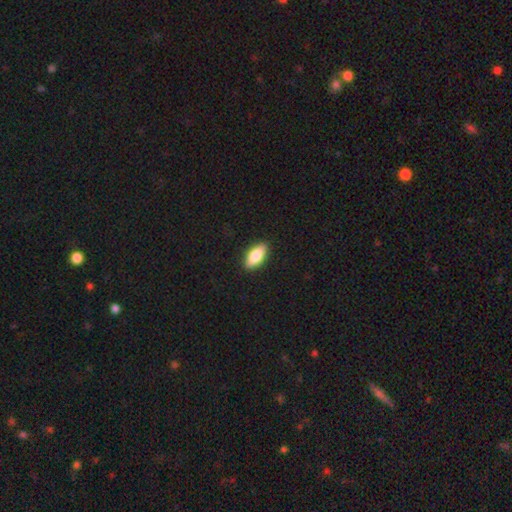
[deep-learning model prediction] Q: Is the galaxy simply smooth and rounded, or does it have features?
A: smooth — 77%.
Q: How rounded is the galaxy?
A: in between — 82%.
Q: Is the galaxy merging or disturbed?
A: none — 89%.